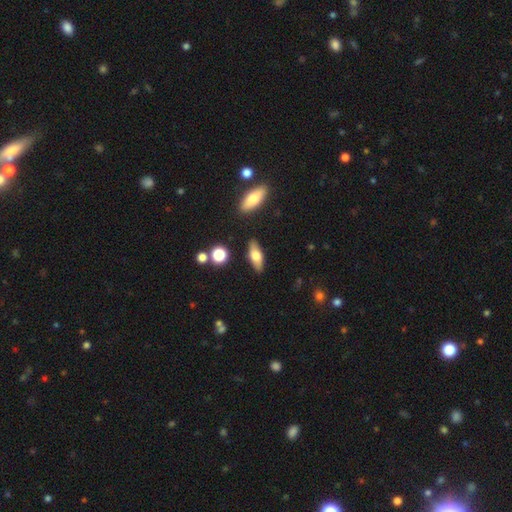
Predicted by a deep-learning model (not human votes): This appears to be a smooth galaxy with no disk features (63%) that is in between round and cigar-shaped (70%). Merging: none (84%).